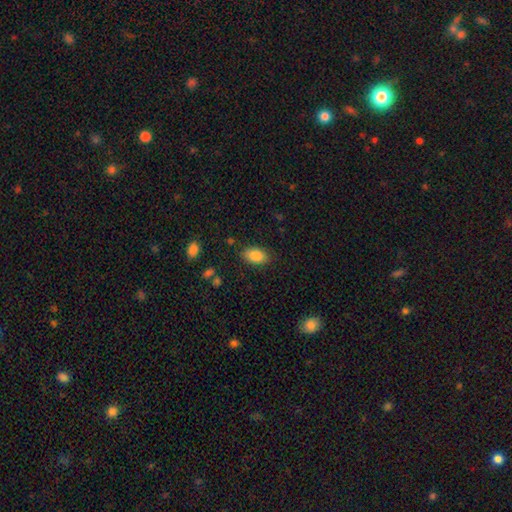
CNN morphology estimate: A smooth galaxy with no disk features (85%) that is in between round and cigar-shaped (90%).

Vote fractions:
- Smooth or featured? smooth: 85% / star or artifact: 8% / featured or disk: 7%
- How rounded? in between: 90% / round: 7% / cigar-shaped: 2%
- Merging? none: 84% / minor disturbance: 12% / major disturbance: 3% / merger: 1%